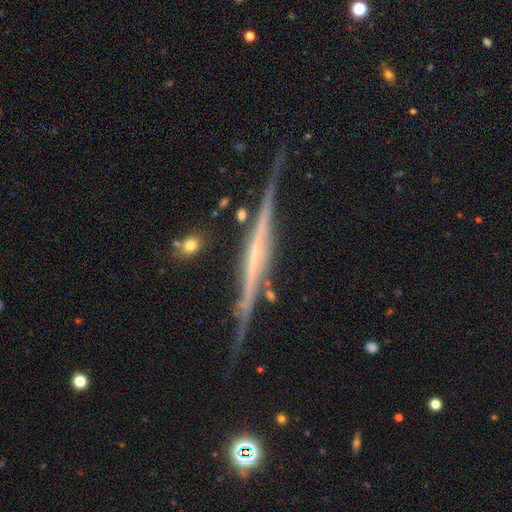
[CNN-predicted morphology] Smooth or featured: featured or disk — 85% (smooth — 9%)
Edge-on disk: yes — 98% (no — 2%)
Edge-on bulge: none — 55% (rounded — 28%)
Merging: none — 82% (minor disturbance — 13%)